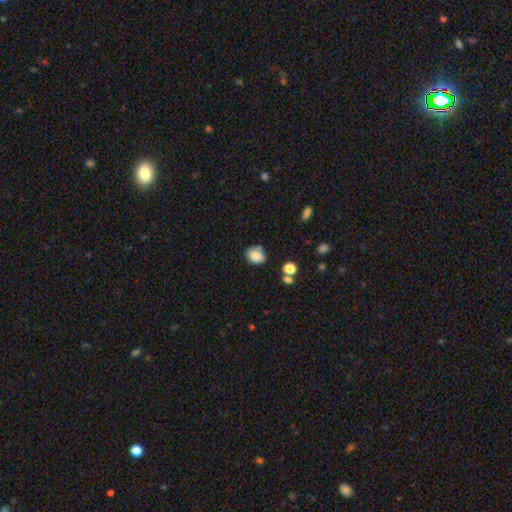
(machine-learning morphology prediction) Q: Smooth or featured?
A: smooth (83%); runner-up: star or artifact (10%)
Q: How rounded?
A: round (57%); runner-up: in between (42%)
Q: Merging?
A: none (61%); runner-up: minor disturbance (23%)